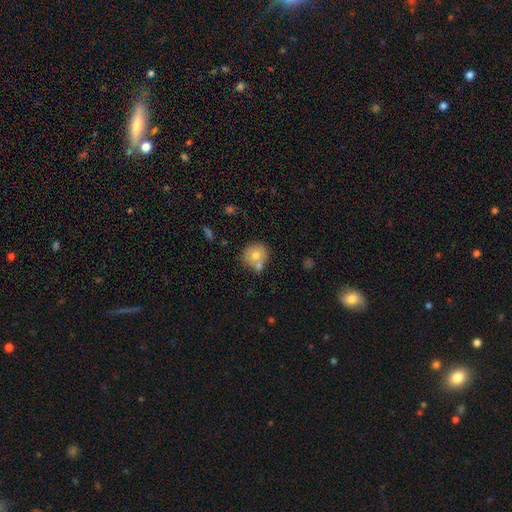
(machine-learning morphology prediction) Overall: smooth (69%). How rounded: round (87%). Merging: none (59%; merger 25%).